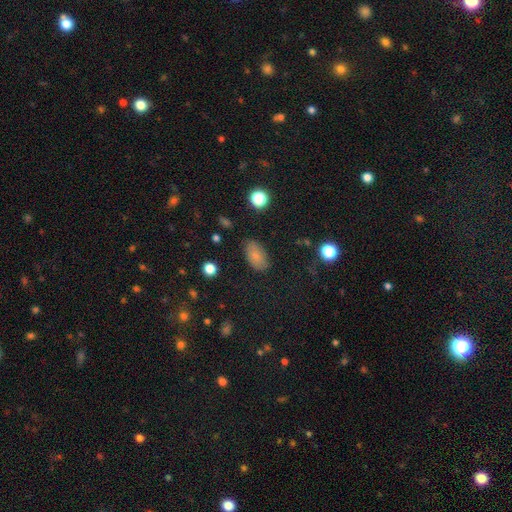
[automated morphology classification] Overall: smooth (78%). How rounded: in between (92%). Merging: none (80%).